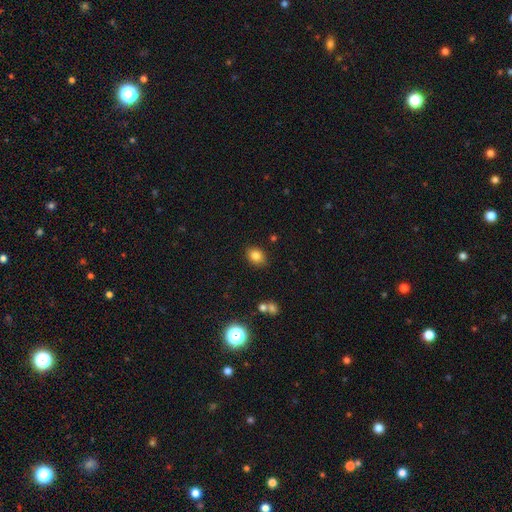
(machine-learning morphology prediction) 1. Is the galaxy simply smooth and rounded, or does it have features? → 83% smooth, 11% star or artifact, 6% featured or disk.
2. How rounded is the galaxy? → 62% in between, 37% round, 1% cigar-shaped.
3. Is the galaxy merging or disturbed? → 84% none, 11% minor disturbance, 3% major disturbance, 2% merger.